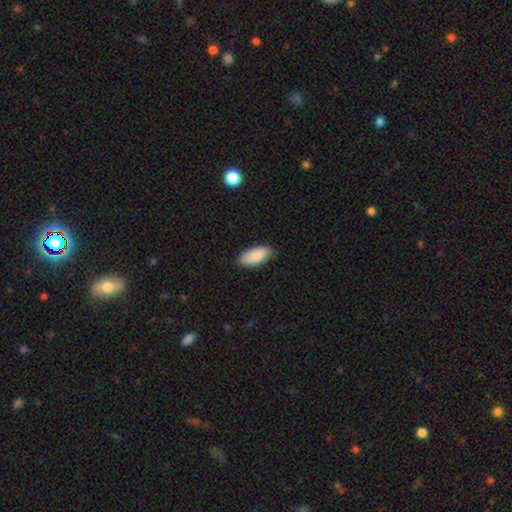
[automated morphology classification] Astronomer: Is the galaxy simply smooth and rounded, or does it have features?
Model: smooth — 89%.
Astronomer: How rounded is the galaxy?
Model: in between — 89%.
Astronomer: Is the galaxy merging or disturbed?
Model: none — 86%.